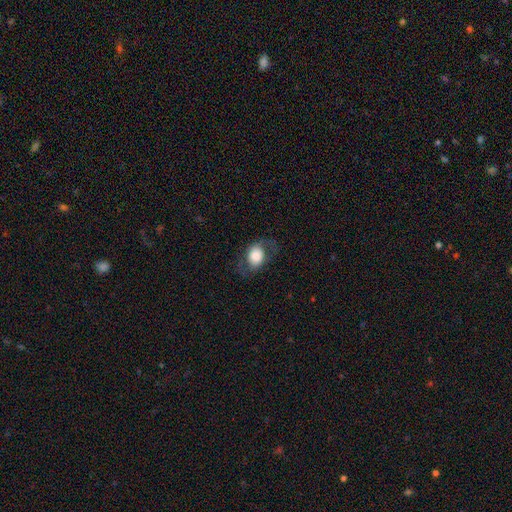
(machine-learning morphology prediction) The model was most divided on "how rounded": in between: 57%, round: 42%, cigar-shaped: 1%. More confident: smooth or featured — smooth (71%); merging — none (67%).